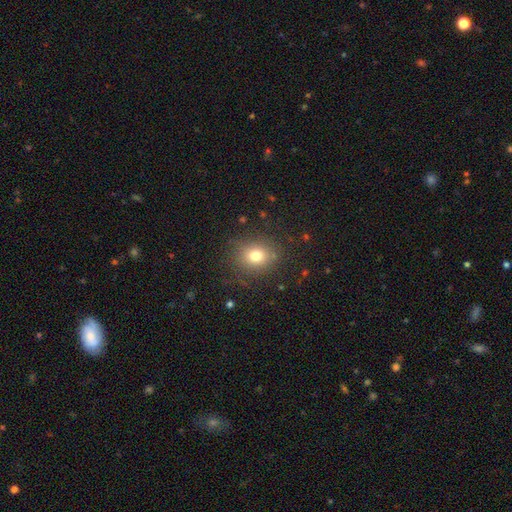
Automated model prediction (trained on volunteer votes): Smooth or featured?
  - smooth: 75% *
  - star or artifact: 14%
  - featured or disk: 11%
How rounded?
  - round: 69% *
  - in between: 30%
  - cigar-shaped: 1%
Merging?
  - none: 82% *
  - minor disturbance: 11%
  - major disturbance: 5%
  - merger: 2%